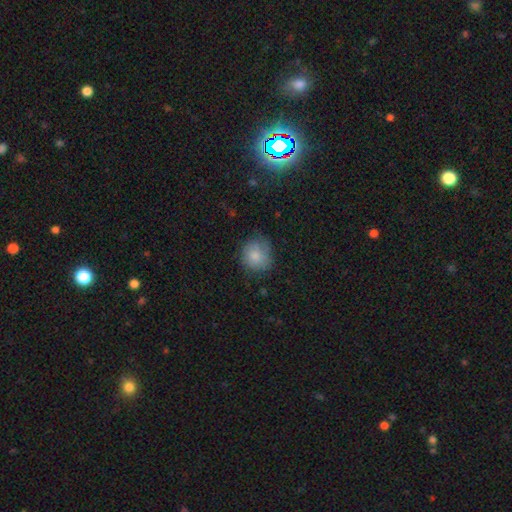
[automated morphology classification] Smooth or featured?
  - smooth: 79% *
  - featured or disk: 13%
  - star or artifact: 8%
How rounded?
  - round: 79% *
  - in between: 20%
  - cigar-shaped: 1%
Merging?
  - none: 64% *
  - minor disturbance: 26%
  - major disturbance: 8%
  - merger: 1%